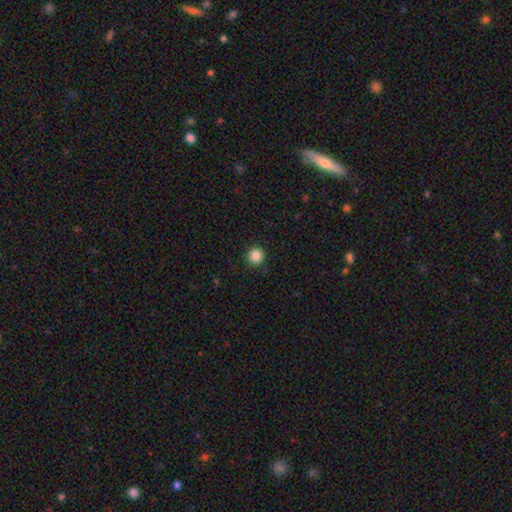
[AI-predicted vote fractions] Morphology: type=smooth (86%); roundness=round (95%); merging=none (92%).